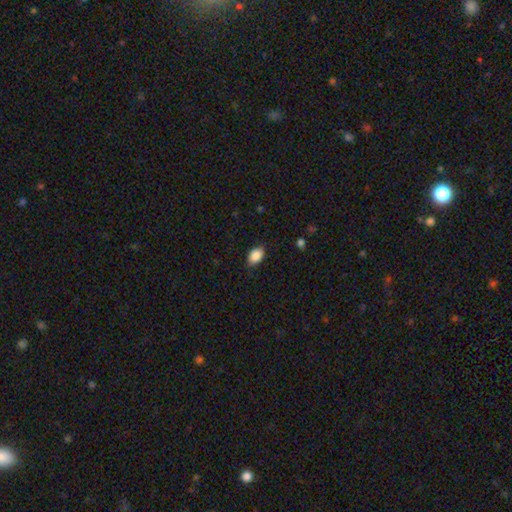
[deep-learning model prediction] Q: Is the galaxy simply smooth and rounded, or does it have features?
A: smooth — 88%.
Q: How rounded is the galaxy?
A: in between — 86%.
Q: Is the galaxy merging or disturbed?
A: none — 82%.